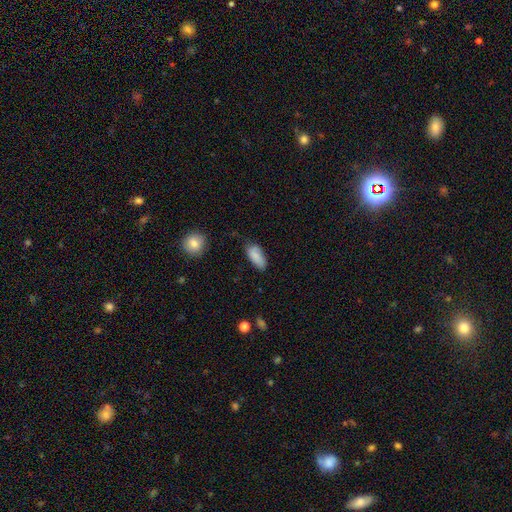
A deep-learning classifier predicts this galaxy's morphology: smooth_or_featured: smooth (p=0.85) [alt: featured or disk p=0.08]
how_rounded: in between (p=0.86) [alt: cigar-shaped p=0.12]
merging: none (p=0.66) [alt: minor disturbance p=0.27]